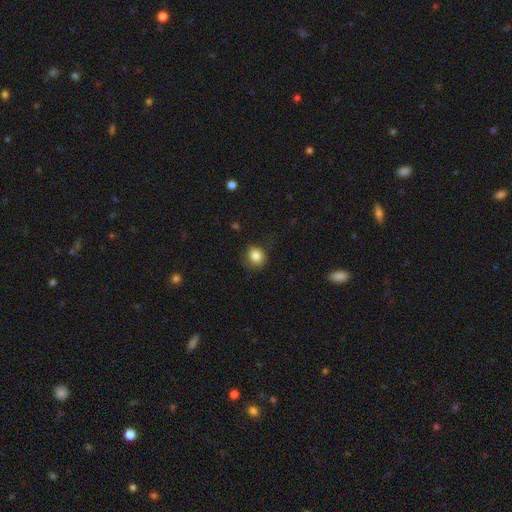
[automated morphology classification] This appears to be a smooth galaxy with no disk features (85%) that is round (76%). Merging: none (78%).